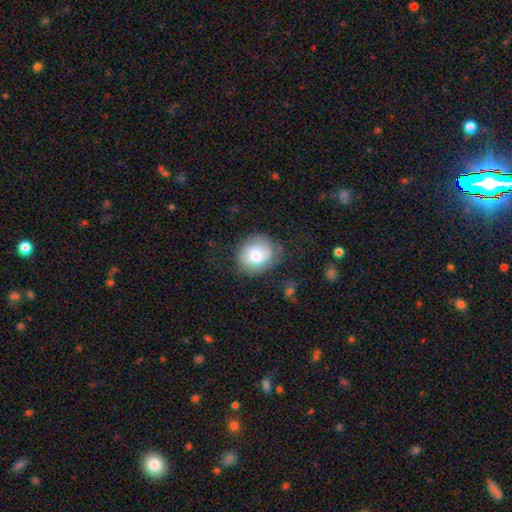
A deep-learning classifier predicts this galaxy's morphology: type=smooth (68%); roundness=round (64%); merging=none (62%).